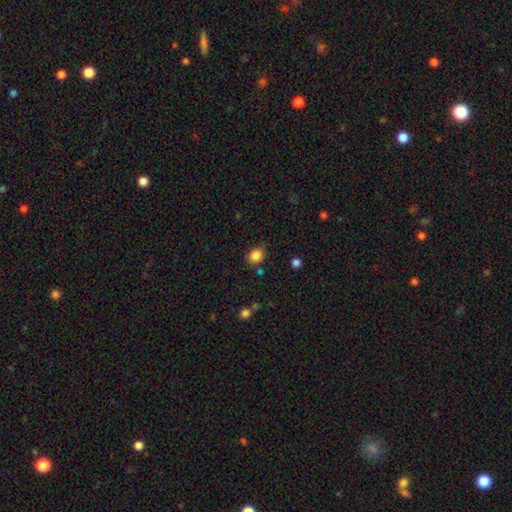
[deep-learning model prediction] The model was most divided on "how rounded": round: 52%, in between: 48%, cigar-shaped: 1%. More confident: smooth or featured — smooth (86%); merging — none (75%).